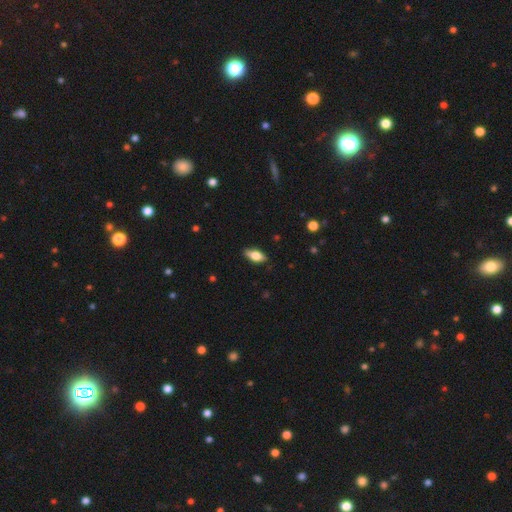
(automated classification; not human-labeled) smooth_or_featured: smooth (p=0.73) [alt: featured or disk p=0.20]
how_rounded: in between (p=0.82) [alt: cigar-shaped p=0.15]
merging: none (p=0.83) [alt: minor disturbance p=0.13]